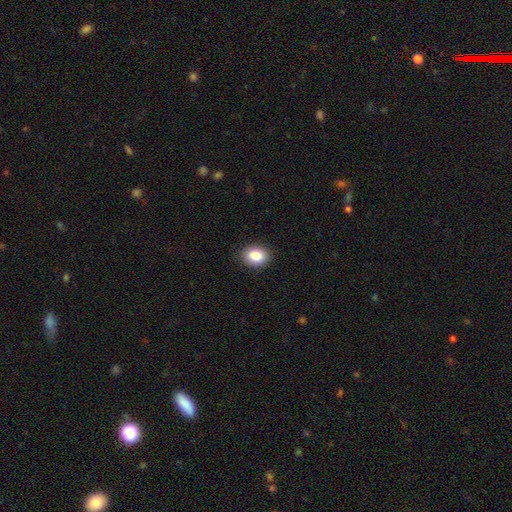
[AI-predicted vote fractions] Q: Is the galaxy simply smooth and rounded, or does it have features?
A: smooth — 87%.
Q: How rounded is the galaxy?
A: in between — 68%.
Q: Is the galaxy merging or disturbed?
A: none — 88%.